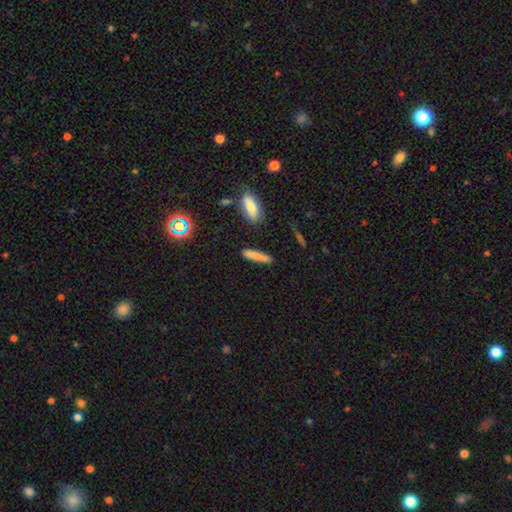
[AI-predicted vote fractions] Smooth or featured? smooth (79%)
How rounded? cigar-shaped (87%)
Merging? none (83%)